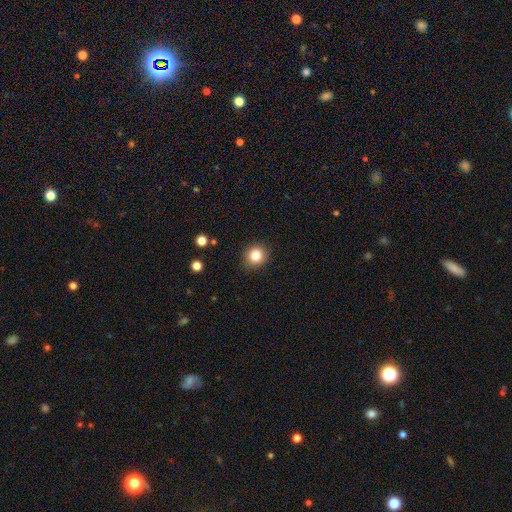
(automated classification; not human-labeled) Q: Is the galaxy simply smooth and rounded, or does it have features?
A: smooth — 83%.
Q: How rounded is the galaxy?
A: round — 86%.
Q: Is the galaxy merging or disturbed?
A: none — 88%.